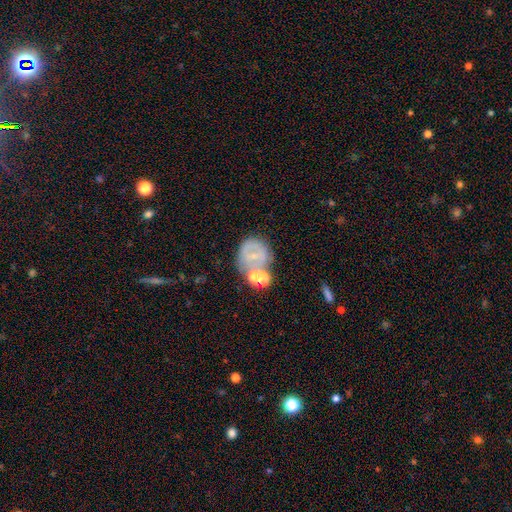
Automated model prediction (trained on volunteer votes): A featured or disk galaxy (47%). Merging: none (48%).